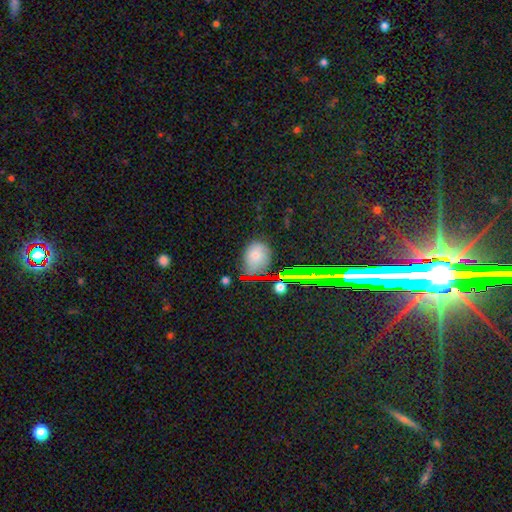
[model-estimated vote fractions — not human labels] Smooth or featured?
  - smooth: 67% *
  - star or artifact: 23%
  - featured or disk: 10%
How rounded?
  - in between: 50% *
  - round: 49%
  - cigar-shaped: 1%
Merging?
  - none: 72% *
  - minor disturbance: 20%
  - major disturbance: 5%
  - merger: 4%